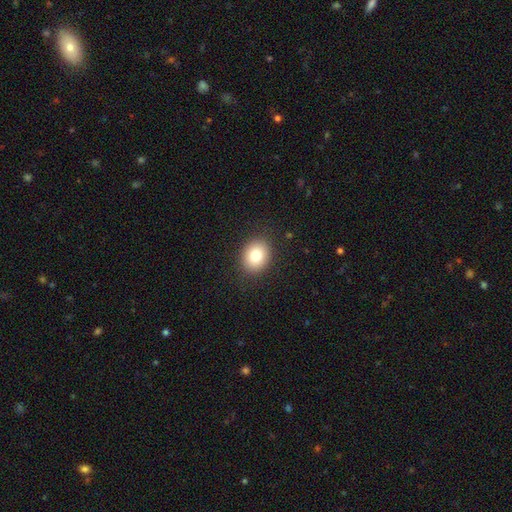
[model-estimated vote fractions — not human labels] This appears to be a smooth galaxy with no disk features (81%) that is round (53%). Merging: none (88%).